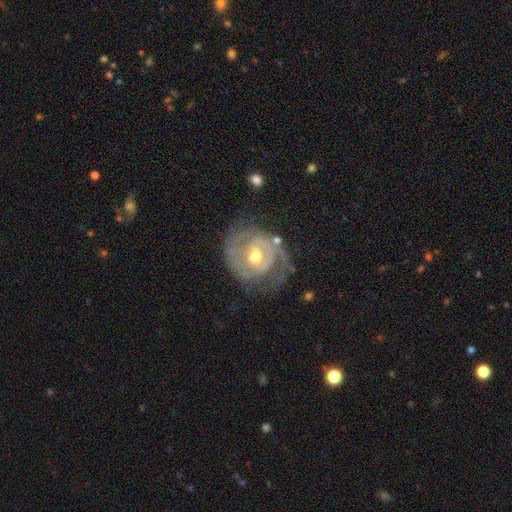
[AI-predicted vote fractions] This appears to be a featured or disk galaxy (86%) with a weak bar (42%), 2 (63%) tight (59%) spiral arms (90%) and a moderate central bulge (72%). Merging: none (67%).